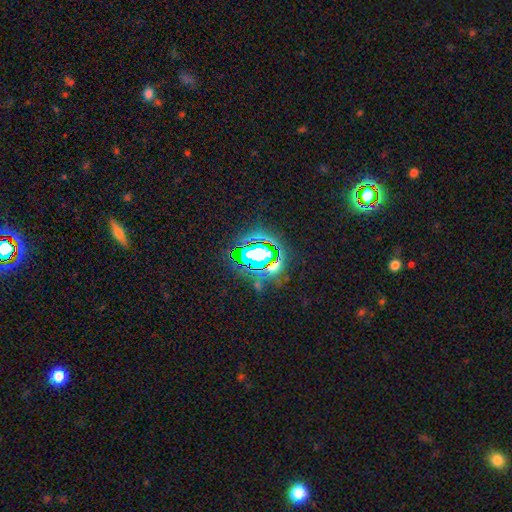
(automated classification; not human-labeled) Morphology: type=star or artifact (78%).